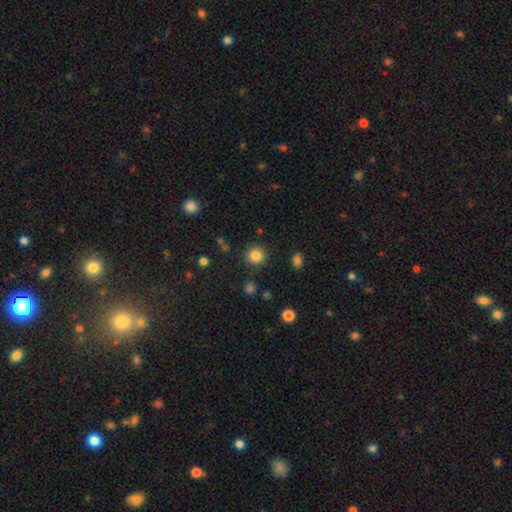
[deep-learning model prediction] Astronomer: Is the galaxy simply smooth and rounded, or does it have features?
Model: smooth — 84%.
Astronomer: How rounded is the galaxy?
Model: round — 93%.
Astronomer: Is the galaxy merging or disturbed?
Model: none — 89%.